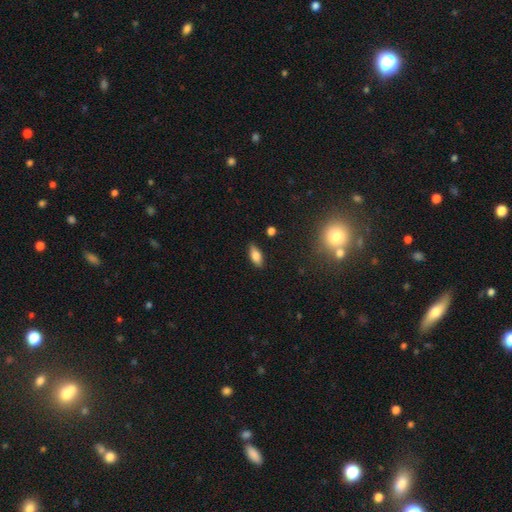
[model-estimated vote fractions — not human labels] A smooth galaxy with no disk features (78%) that is in between round and cigar-shaped (83%).

Vote fractions:
- Smooth or featured? smooth: 78% / featured or disk: 13% / star or artifact: 9%
- How rounded? in between: 83% / cigar-shaped: 14% / round: 3%
- Merging? none: 84% / minor disturbance: 12% / major disturbance: 3% / merger: 2%